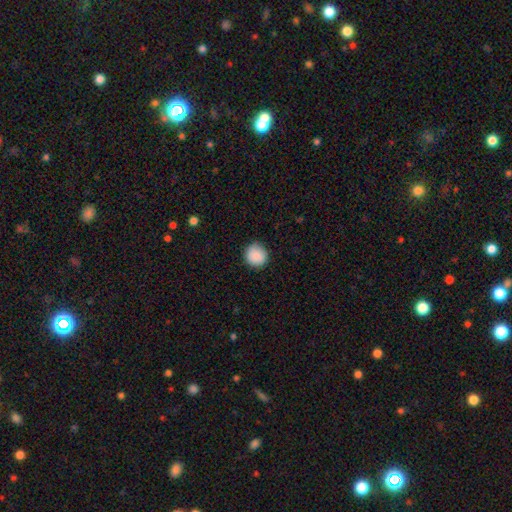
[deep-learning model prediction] Smooth or featured: smooth — 89% (star or artifact — 8%)
How rounded: round — 93% (in between — 6%)
Merging: none — 88% (minor disturbance — 9%)